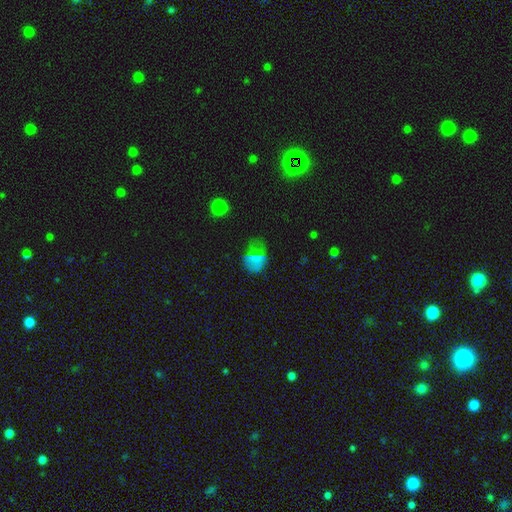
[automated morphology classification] smooth-or-featured: smooth: 59% | star or artifact: 27% | featured or disk: 14%
  how-rounded: in between: 52% | round: 46% | cigar-shaped: 2%
  merging: none: 62% | minor disturbance: 22% | major disturbance: 13% | merger: 3%